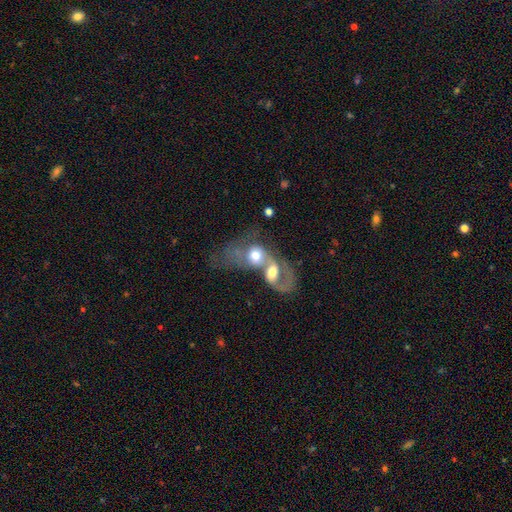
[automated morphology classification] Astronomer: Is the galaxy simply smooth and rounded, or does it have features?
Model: featured or disk — 49% (runner-up: smooth, 42%).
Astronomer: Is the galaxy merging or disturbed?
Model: merger — 84%.